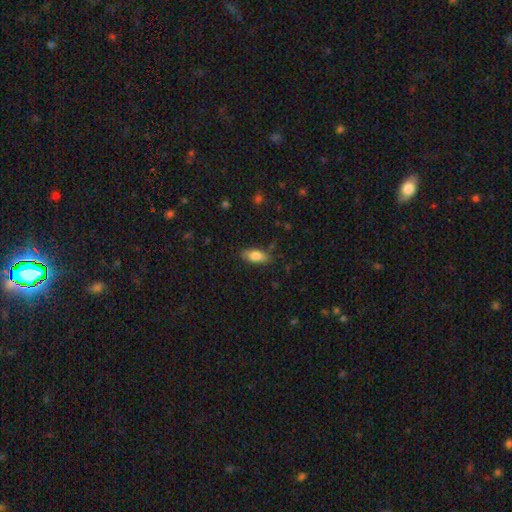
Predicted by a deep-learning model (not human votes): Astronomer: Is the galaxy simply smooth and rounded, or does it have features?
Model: smooth — 81%.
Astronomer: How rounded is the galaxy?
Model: in between — 82%.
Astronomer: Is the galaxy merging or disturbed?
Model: none — 80%.